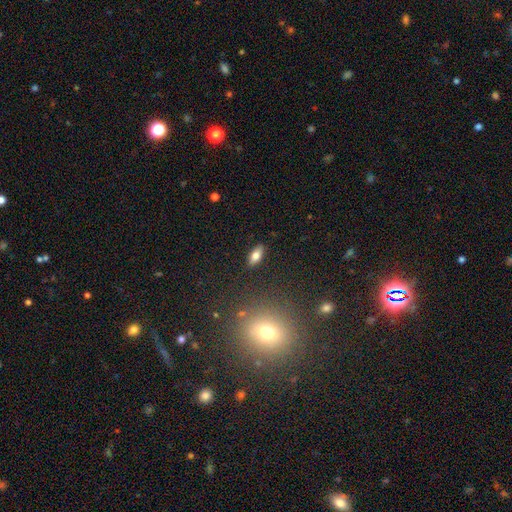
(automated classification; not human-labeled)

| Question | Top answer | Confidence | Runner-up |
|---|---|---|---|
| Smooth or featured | smooth | 74% | featured or disk (18%) |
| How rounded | in between | 84% | cigar-shaped (13%) |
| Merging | none | 88% | minor disturbance (8%) |